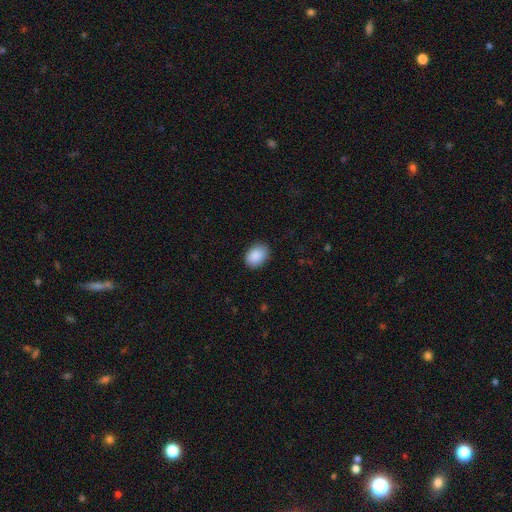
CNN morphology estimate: Overall: smooth (90%). How rounded: in between (77%). Merging: none (85%).